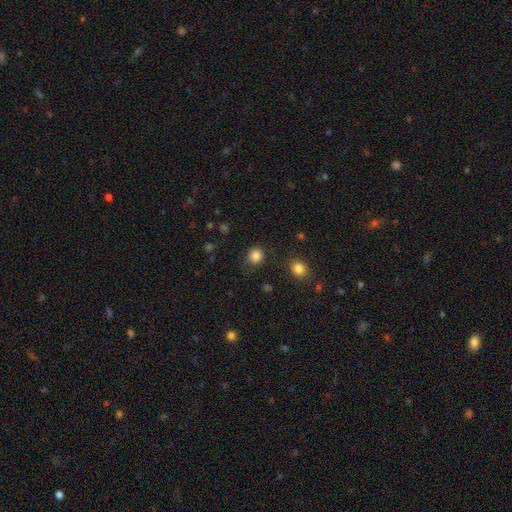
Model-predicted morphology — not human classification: This is clearly a smooth galaxy (85%). How rounded: clearly round (82%). Merging: clearly none (80%).